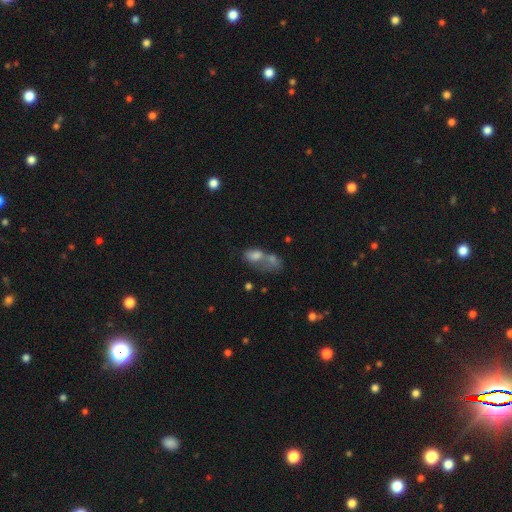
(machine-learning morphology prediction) Q: Smooth or featured?
A: smooth (69%); runner-up: featured or disk (20%)
Q: How rounded?
A: in between (80%); runner-up: round (17%)
Q: Merging?
A: merger (64%); runner-up: none (15%)